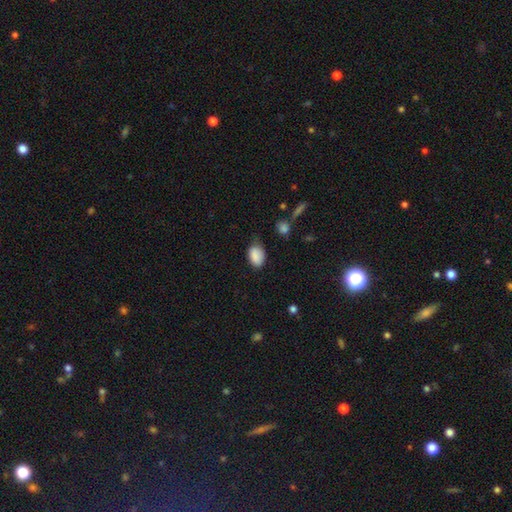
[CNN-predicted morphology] smooth 88%, star or artifact 8%, featured or disk 5%. Down the decision tree: how rounded — in between (85%); merging — none (64%).